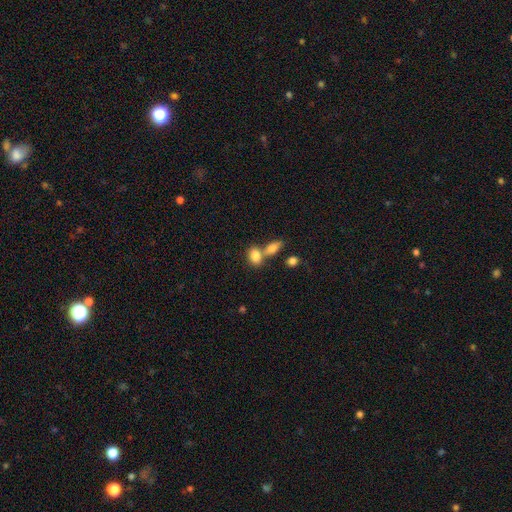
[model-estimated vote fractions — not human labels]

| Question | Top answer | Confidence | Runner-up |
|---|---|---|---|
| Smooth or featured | smooth | 83% | featured or disk (9%) |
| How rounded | in between | 81% | round (16%) |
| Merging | merger | 48% | none (39%) |